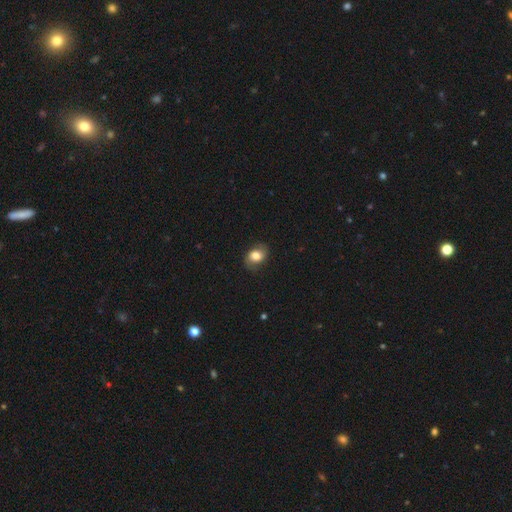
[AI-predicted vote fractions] A smooth galaxy with no disk features (68%) that is in between round and cigar-shaped (68%).

Vote fractions:
- Smooth or featured? smooth: 68% / featured or disk: 23% / star or artifact: 8%
- How rounded? in between: 68% / round: 31% / cigar-shaped: 1%
- Merging? none: 78% / minor disturbance: 16% / major disturbance: 5% / merger: 1%